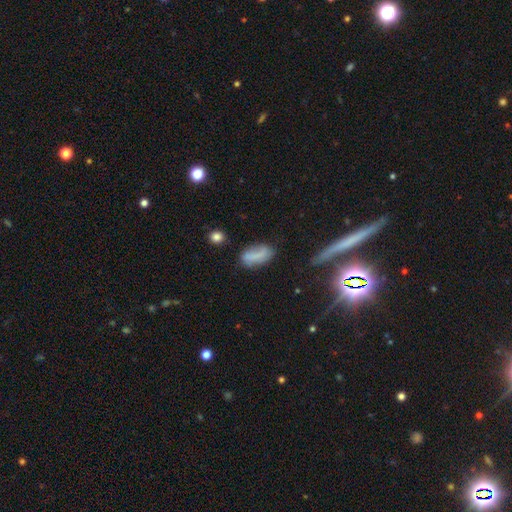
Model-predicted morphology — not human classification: Smooth or featured? smooth (67%)
How rounded? in between (84%)
Merging? none (60%)